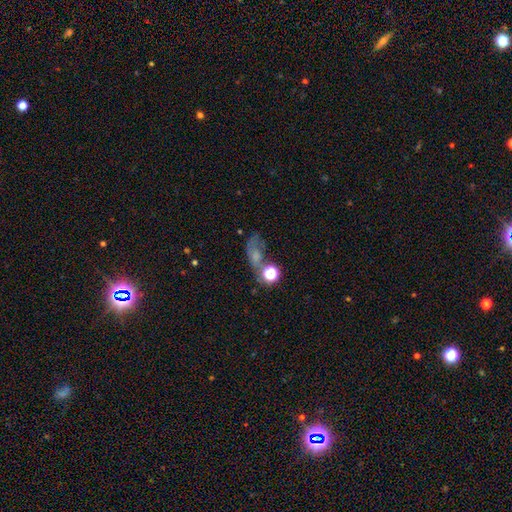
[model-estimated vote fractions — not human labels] Smooth or featured? Predicted: smooth (p=0.44). Merging? Predicted: none (p=0.35).